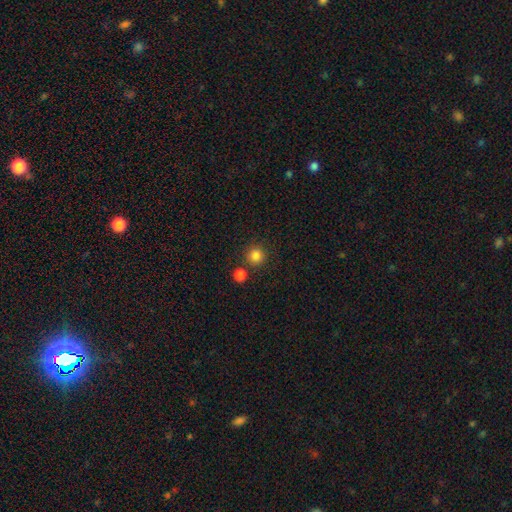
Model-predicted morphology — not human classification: A smooth galaxy with no disk features (84%) that is round (93%). Merging: none (80%).